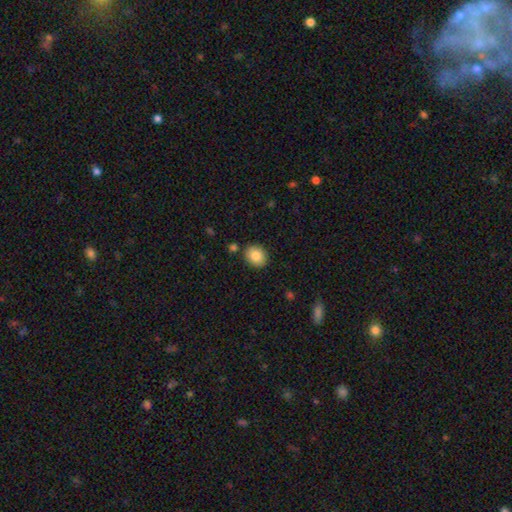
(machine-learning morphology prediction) A smooth galaxy with no disk features (85%) that is round (61%).

Vote fractions:
- Smooth or featured? smooth: 85% / star or artifact: 8% / featured or disk: 6%
- How rounded? round: 61% / in between: 38% / cigar-shaped: 1%
- Merging? none: 86% / minor disturbance: 9% / merger: 3% / major disturbance: 2%